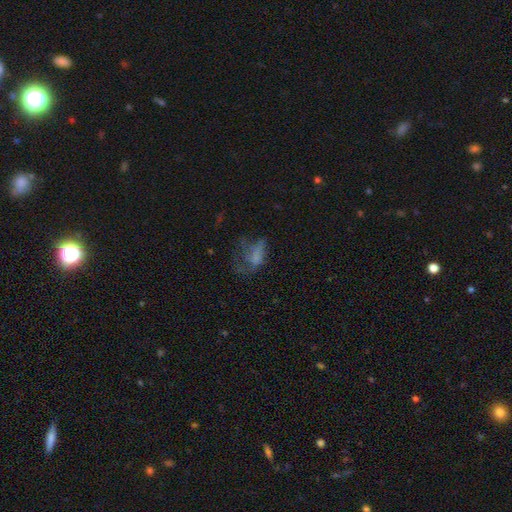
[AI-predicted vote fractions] smooth-or-featured: smooth: 45% | featured or disk: 35% | star or artifact: 20%
  merging: major disturbance: 50% | none: 28% | minor disturbance: 18% | merger: 4%